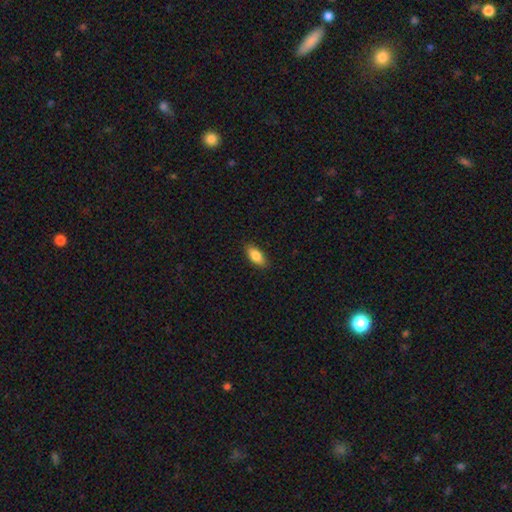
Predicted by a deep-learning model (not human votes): Morphology: type=smooth (83%); roundness=in between (87%); merging=none (87%).